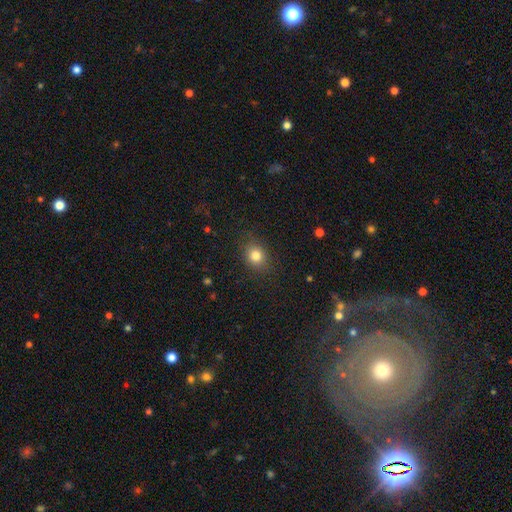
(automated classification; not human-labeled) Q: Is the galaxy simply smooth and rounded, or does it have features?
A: smooth — 82%.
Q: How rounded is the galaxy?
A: round — 62%.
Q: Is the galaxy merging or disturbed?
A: none — 85%.